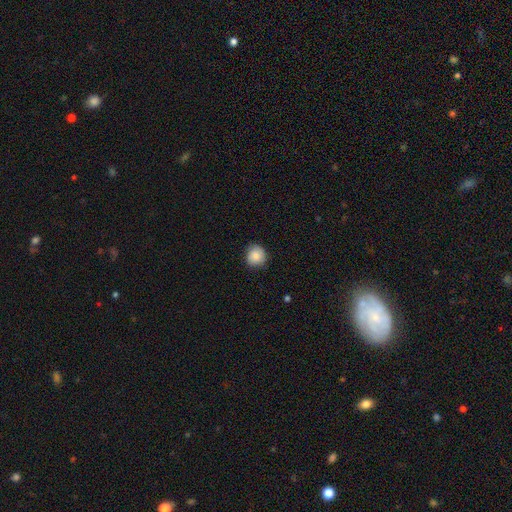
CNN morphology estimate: Smooth or featured? Predicted: smooth (p=0.86). How rounded? Predicted: round (p=0.90). Merging? Predicted: none (p=0.82).